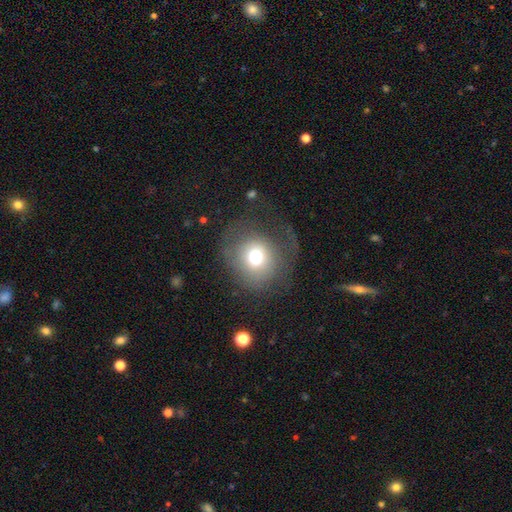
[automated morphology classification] smooth_or_featured: smooth (p=0.66) [alt: featured or disk p=0.21]
how_rounded: round (p=0.83) [alt: in between p=0.17]
merging: none (p=0.55) [alt: major disturbance p=0.25]